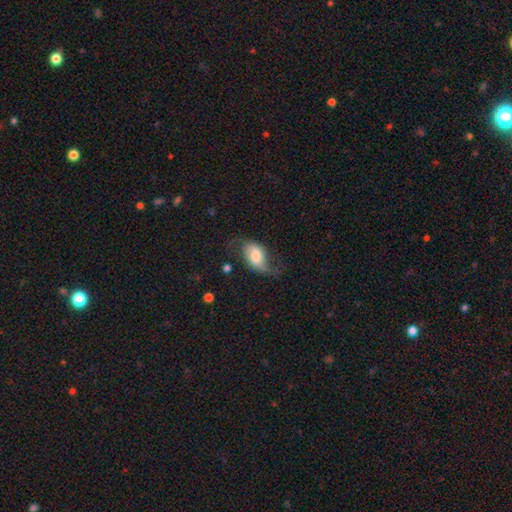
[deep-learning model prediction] Q: Smooth or featured?
A: featured or disk (52%); runner-up: smooth (40%)
Q: Edge-on disk?
A: no (94%); runner-up: yes (6%)
Q: Merging?
A: none (50%); runner-up: minor disturbance (25%)